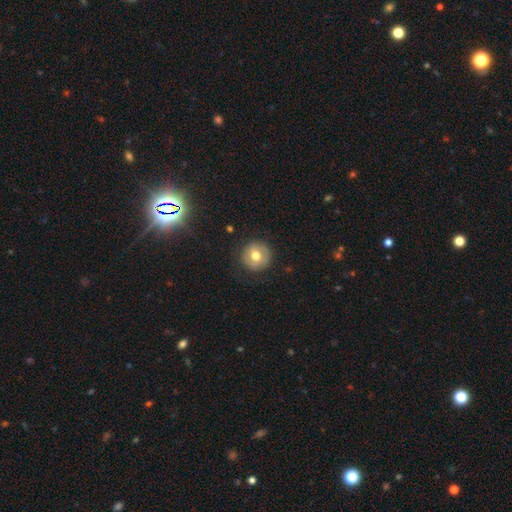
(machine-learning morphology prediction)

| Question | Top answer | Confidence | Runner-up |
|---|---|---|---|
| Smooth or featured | smooth | 59% | featured or disk (33%) |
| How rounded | round | 93% | in between (6%) |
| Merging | none | 84% | minor disturbance (11%) |